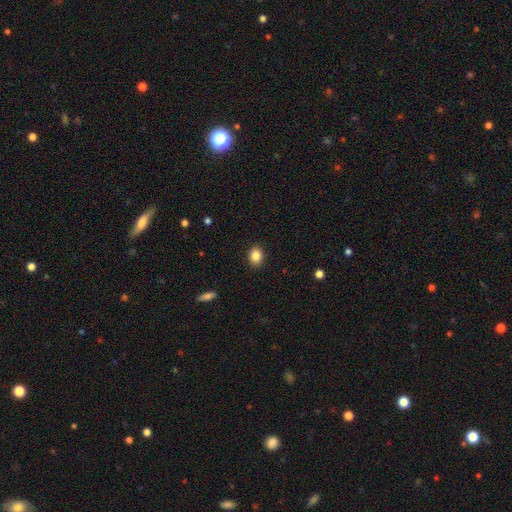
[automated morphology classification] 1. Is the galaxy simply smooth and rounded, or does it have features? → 86% smooth, 9% star or artifact, 4% featured or disk.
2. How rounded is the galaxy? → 52% in between, 47% round, 1% cigar-shaped.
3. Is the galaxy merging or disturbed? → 90% none, 7% minor disturbance, 2% major disturbance, 1% merger.